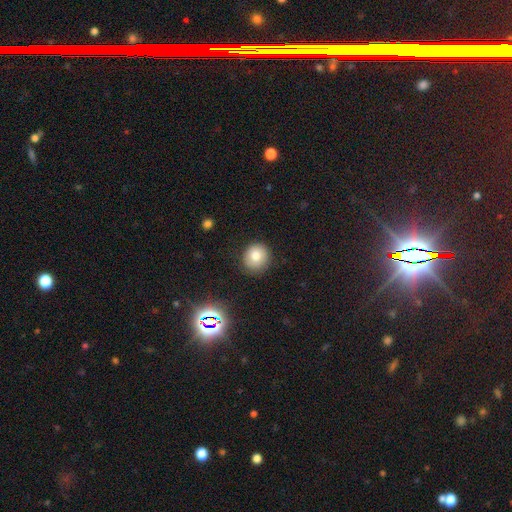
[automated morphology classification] smooth_or_featured: smooth (p=0.78) [alt: star or artifact p=0.12]
how_rounded: round (p=0.88) [alt: in between p=0.11]
merging: none (p=0.85) [alt: minor disturbance p=0.11]